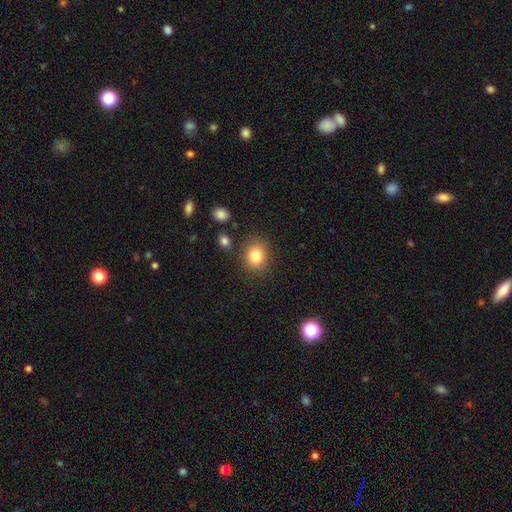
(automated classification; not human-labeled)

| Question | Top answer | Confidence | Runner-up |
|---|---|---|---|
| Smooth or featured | smooth | 83% | star or artifact (10%) |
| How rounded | round | 70% | in between (29%) |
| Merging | none | 83% | minor disturbance (10%) |